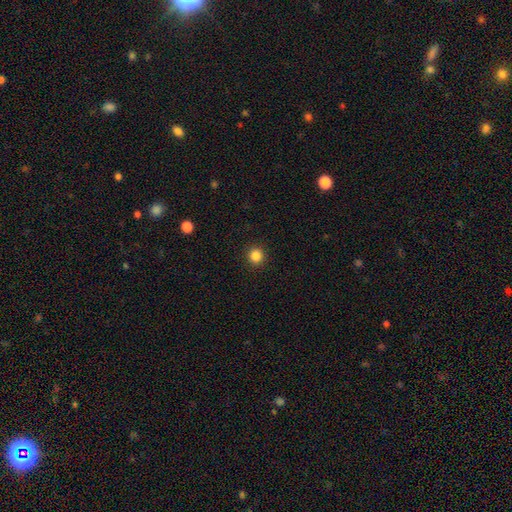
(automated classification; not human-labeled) Overall: smooth (85%). How rounded: round (93%). Merging: none (93%).